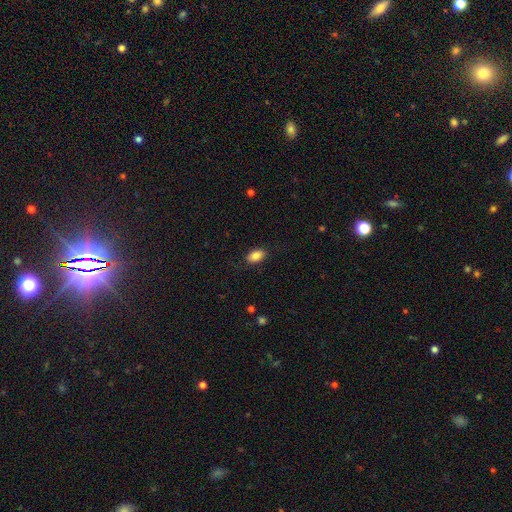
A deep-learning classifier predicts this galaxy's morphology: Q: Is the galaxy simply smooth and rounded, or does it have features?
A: smooth — 86%.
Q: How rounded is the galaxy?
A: in between — 91%.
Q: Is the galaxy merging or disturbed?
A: none — 85%.